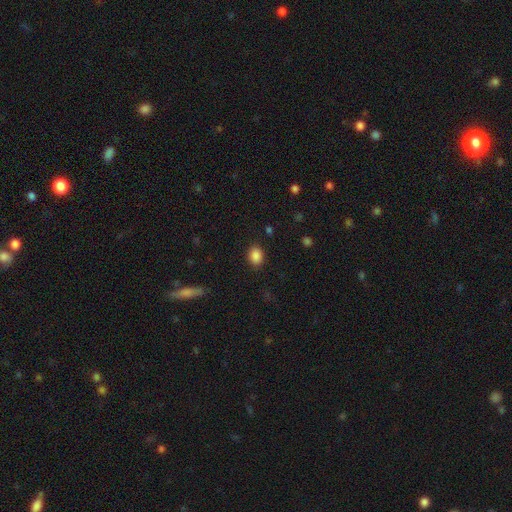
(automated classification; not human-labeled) A smooth galaxy with no disk features (87%) that is in between round and cigar-shaped (66%). Merging: none (87%).